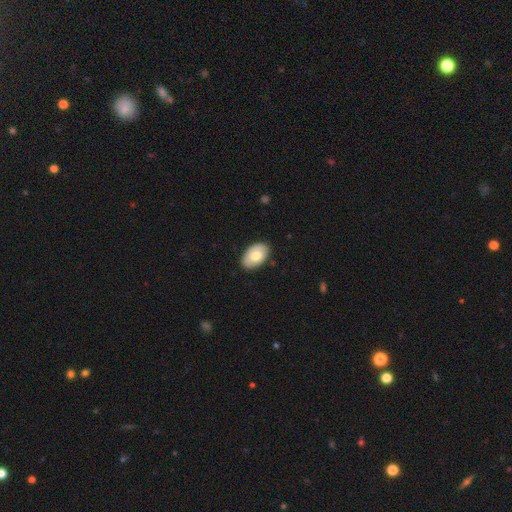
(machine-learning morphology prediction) The model was most divided on "smooth or featured": smooth: 68%, featured or disk: 26%, star or artifact: 6%. More confident: how rounded — in between (92%); merging — none (85%).